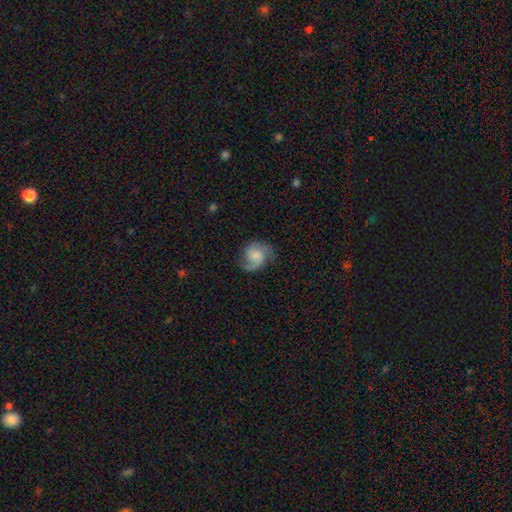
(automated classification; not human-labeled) Smooth or featured? featured or disk (65%)
Edge-on disk? no (98%)
Bar? no (66%)
Spiral arms? yes (94%)
Spiral winding? medium (47%)
Spiral arm count? 2 (71%)
Bulge size? moderate (30%)
Merging? none (67%)